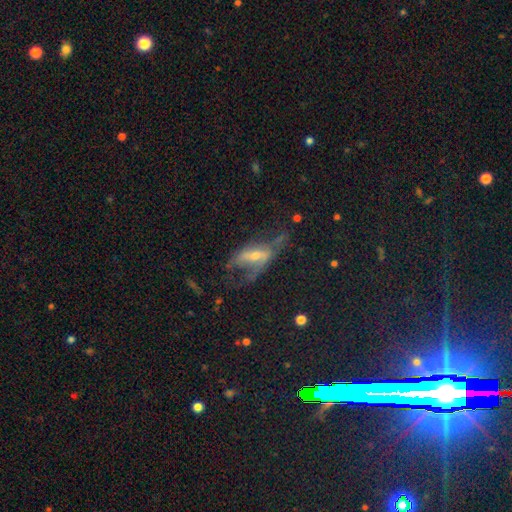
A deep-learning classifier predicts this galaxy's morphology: The model was most divided on "merging": major disturbance: 42%, none: 32%, minor disturbance: 22%, merger: 4%. More confident: edge-on disk — no (79%); smooth or featured — featured or disk (62%).